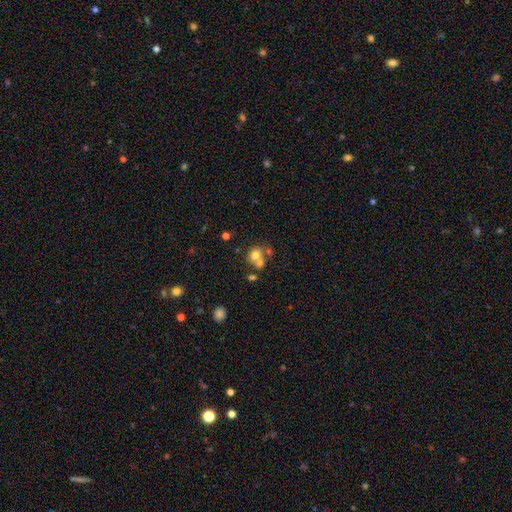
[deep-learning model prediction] The model was most divided on "merging": merger: 45%, none: 43%, minor disturbance: 8%, major disturbance: 4%. More confident: how rounded — round (78%); smooth or featured — smooth (70%).